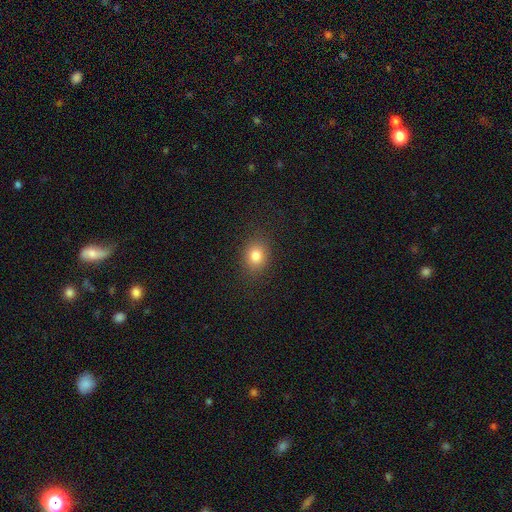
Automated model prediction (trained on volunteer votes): Smooth or featured? smooth (81%)
How rounded? round (56%)
Merging? none (87%)